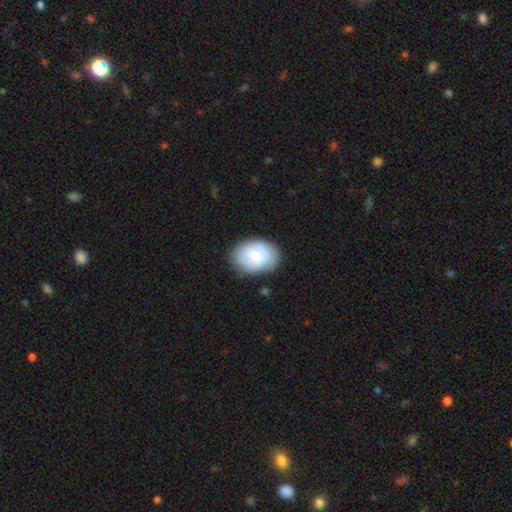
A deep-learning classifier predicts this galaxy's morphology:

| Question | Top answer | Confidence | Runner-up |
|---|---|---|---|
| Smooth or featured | smooth | 69% | featured or disk (24%) |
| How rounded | in between | 76% | round (23%) |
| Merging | none | 72% | minor disturbance (20%) |